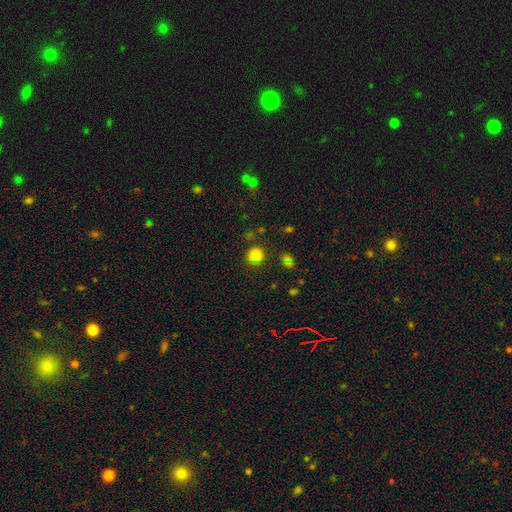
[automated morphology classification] smooth-or-featured: smooth: 73% | star or artifact: 22% | featured or disk: 5%
  how-rounded: round: 87% | in between: 12% | cigar-shaped: 1%
  merging: none: 81% | minor disturbance: 11% | major disturbance: 4% | merger: 4%